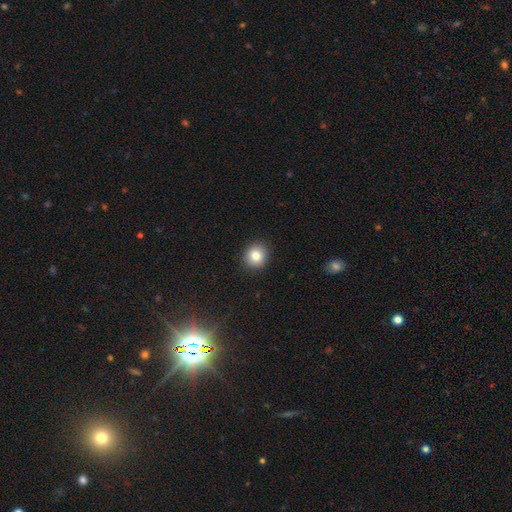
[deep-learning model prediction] The model was most divided on "how rounded": round: 86%, in between: 13%, cigar-shaped: 1%. More confident: merging — none (91%); smooth or featured — smooth (84%).